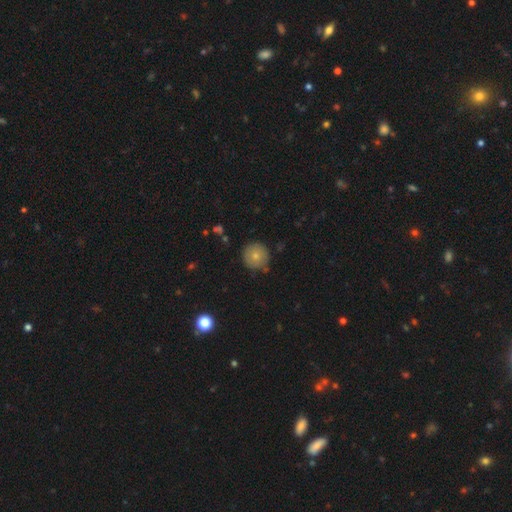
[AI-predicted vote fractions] Smooth or featured? smooth (76%)
How rounded? round (95%)
Merging? none (84%)